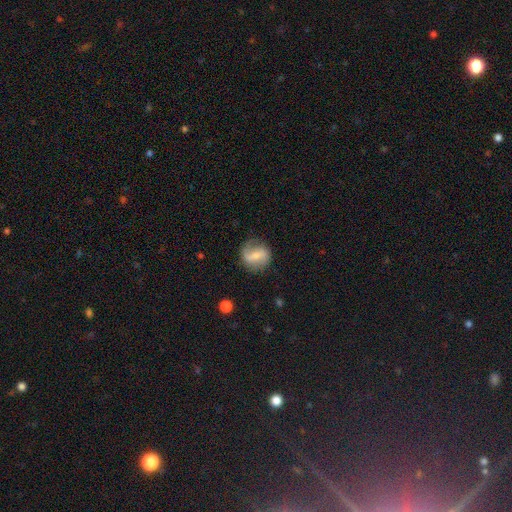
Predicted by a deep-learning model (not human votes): smooth_or_featured: featured or disk (p=0.62) [alt: smooth p=0.31]
disk_edge_on: no (p=0.97) [alt: yes p=0.03]
bar: weak (p=0.43) [alt: strong p=0.37]
has_spiral_arms: yes (p=0.87) [alt: no p=0.13]
spiral_winding: loose (p=0.48) [alt: medium p=0.36]
spiral_arm_count: 2 (p=0.79) [alt: 1 p=0.11]
bulge_size: small (p=0.49) [alt: moderate p=0.32]
merging: none (p=0.73) [alt: minor disturbance p=0.18]